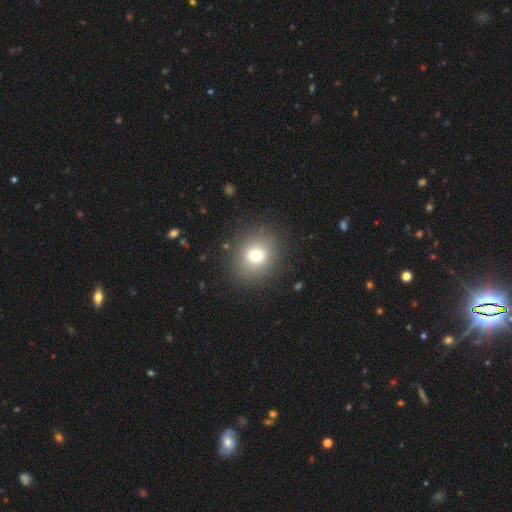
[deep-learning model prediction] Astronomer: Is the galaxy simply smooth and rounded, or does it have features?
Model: smooth — 77%.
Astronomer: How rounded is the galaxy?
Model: round — 80%.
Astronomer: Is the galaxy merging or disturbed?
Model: none — 88%.